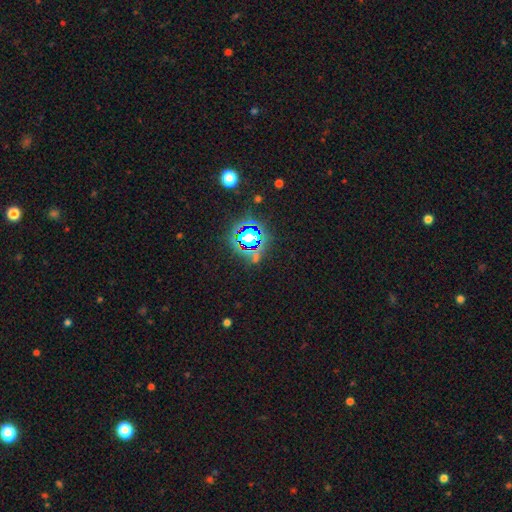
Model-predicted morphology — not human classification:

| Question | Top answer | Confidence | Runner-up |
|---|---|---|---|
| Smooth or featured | star or artifact | 74% | smooth (17%) |